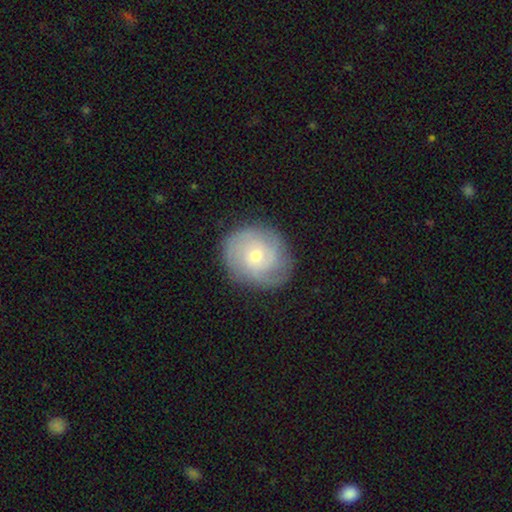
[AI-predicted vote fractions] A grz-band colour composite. It shows a featured or disk galaxy (69%) with no bar (77%), tight (63%) spiral arms (91%) and a small central bulge (60%). Merging: none (81%).